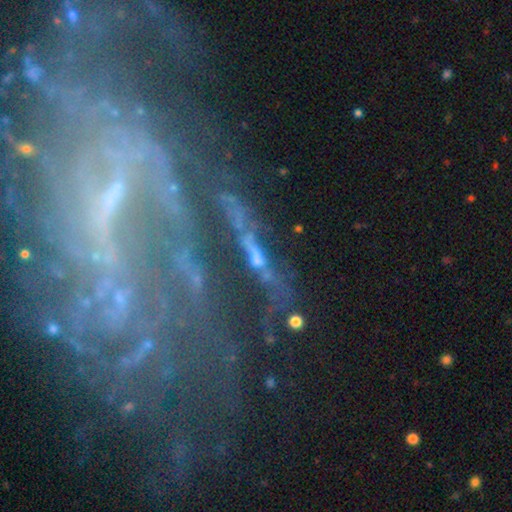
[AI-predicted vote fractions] Q: Smooth or featured?
A: featured or disk (46%); runner-up: star or artifact (31%)
Q: Merging?
A: none (30%); runner-up: merger (29%)